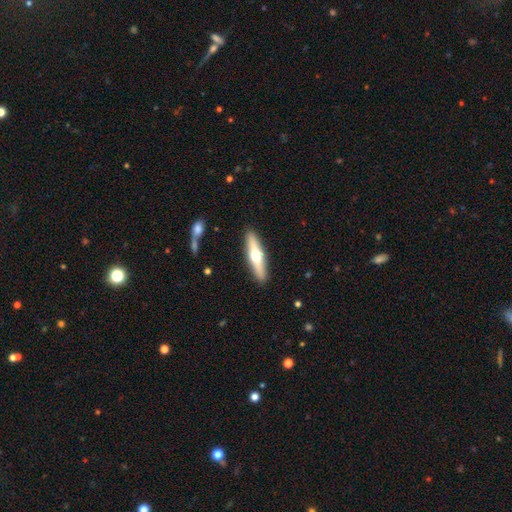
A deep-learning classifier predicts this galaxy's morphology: Smooth or featured: featured or disk — 51% (smooth — 44%)
Edge-on disk: yes — 91% (no — 9%)
Merging: none — 90% (minor disturbance — 7%)